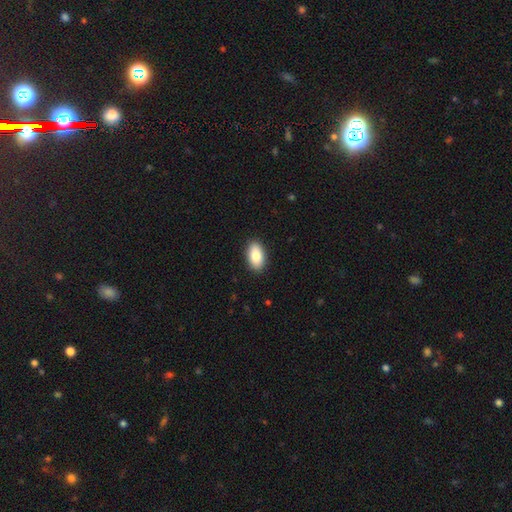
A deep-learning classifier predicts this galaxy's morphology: Q: Smooth or featured?
A: smooth (85%); runner-up: featured or disk (9%)
Q: How rounded?
A: in between (94%); runner-up: round (4%)
Q: Merging?
A: none (90%); runner-up: minor disturbance (7%)